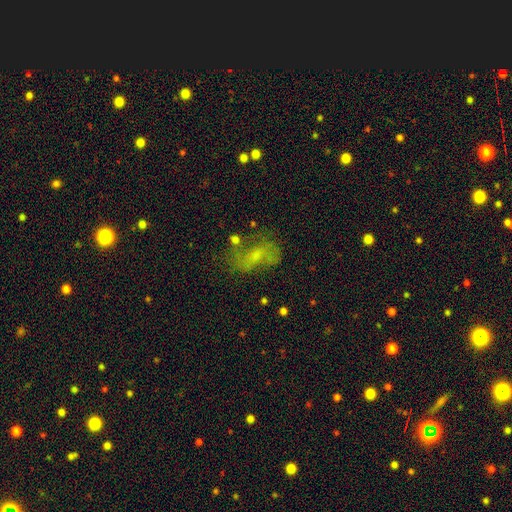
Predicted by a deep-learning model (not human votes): This is possibly a featured or disk galaxy (45%). Merging: possibly none (48%).